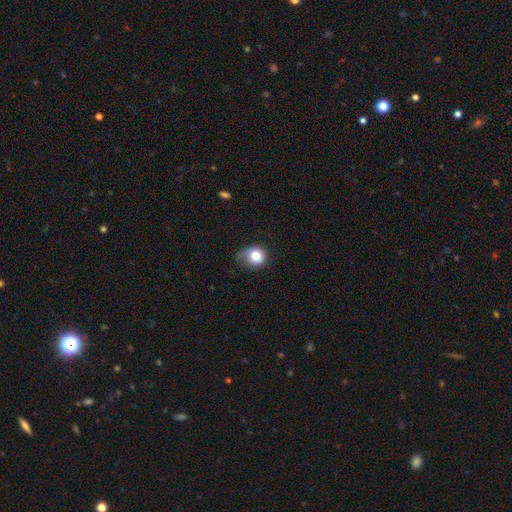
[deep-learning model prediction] Smooth or featured: smooth — 80% (featured or disk — 11%)
How rounded: round — 74% (in between — 25%)
Merging: none — 40% (minor disturbance — 39%)